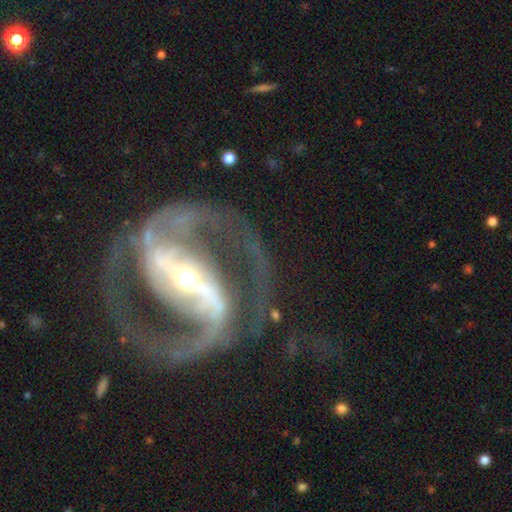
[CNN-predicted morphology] This is clearly a featured or disk galaxy (93%). It is clearly not viewed edge-on (97%). Bar: likely strong (77%). Spiral arm pattern: clearly yes (97%). Spiral arm count: clearly 2 (93%). Spiral winding: likely medium (61%). Central bulge: possibly small (49%). Merging: likely none (75%).